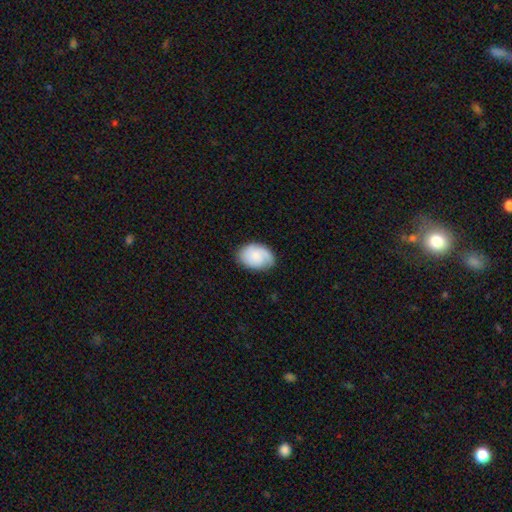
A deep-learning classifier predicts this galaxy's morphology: smooth-or-featured: smooth: 67% | featured or disk: 26% | star or artifact: 7%
  how-rounded: in between: 81% | round: 18% | cigar-shaped: 1%
  merging: none: 73% | minor disturbance: 21% | major disturbance: 5% | merger: 1%